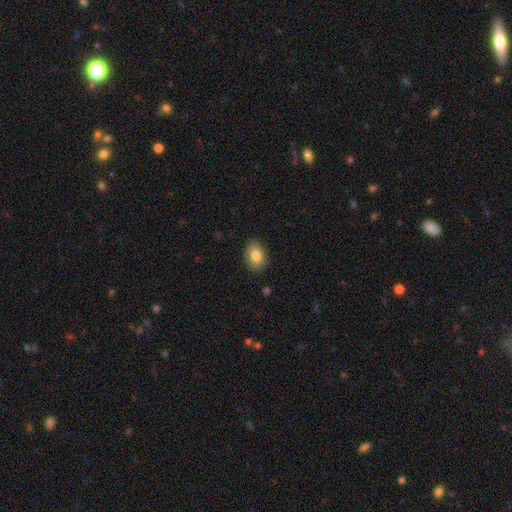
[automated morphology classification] smooth-or-featured: smooth: 82% | featured or disk: 11% | star or artifact: 7%
  how-rounded: in between: 82% | round: 17% | cigar-shaped: 1%
  merging: none: 87% | minor disturbance: 10% | major disturbance: 2% | merger: 1%